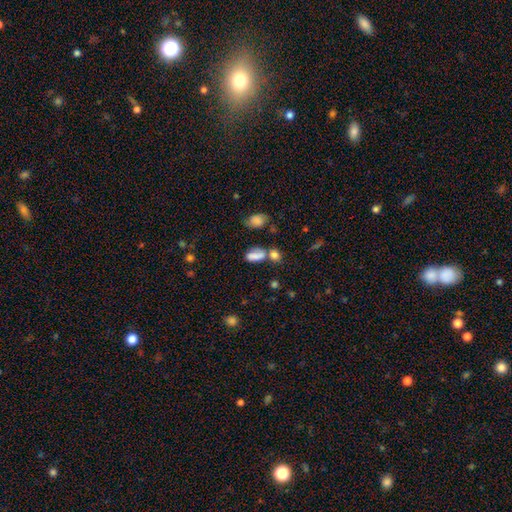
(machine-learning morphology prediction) Smooth or featured: smooth — 76% (star or artifact — 14%)
How rounded: in between — 80% (cigar-shaped — 10%)
Merging: none — 43% (merger — 30%)